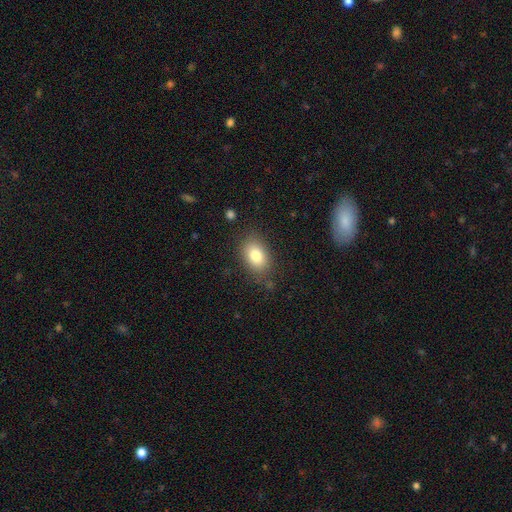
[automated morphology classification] type=smooth (82%); roundness=in between (84%); merging=none (79%).